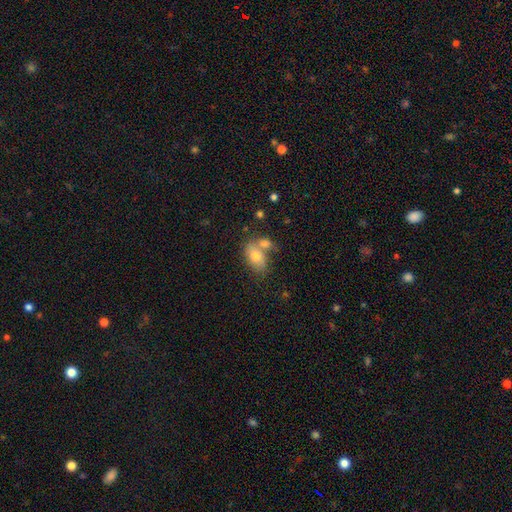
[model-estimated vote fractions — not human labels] A smooth galaxy with no disk features (74%) that is in between round and cigar-shaped (88%). Merging: merger (41%).